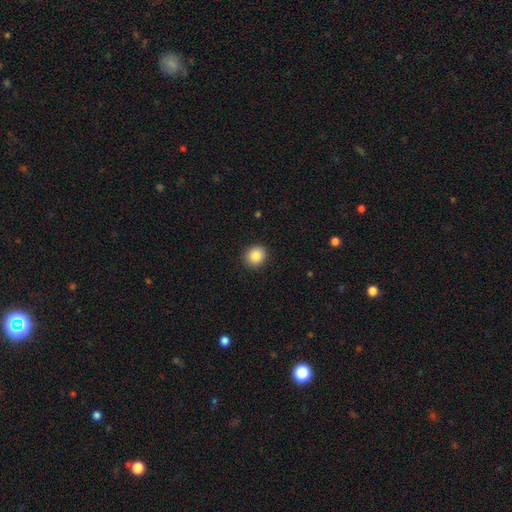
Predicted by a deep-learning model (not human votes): Smooth or featured? Predicted: smooth (p=0.86). How rounded? Predicted: round (p=0.82). Merging? Predicted: none (p=0.91).